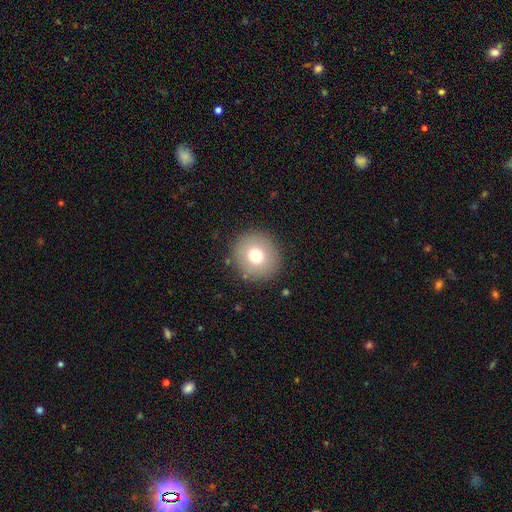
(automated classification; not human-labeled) A smooth galaxy with no disk features (73%) that is round (93%).

Vote fractions:
- Smooth or featured? smooth: 73% / featured or disk: 15% / star or artifact: 12%
- How rounded? round: 93% / in between: 6% / cigar-shaped: 1%
- Merging? none: 89% / minor disturbance: 7% / major disturbance: 3% / merger: 1%